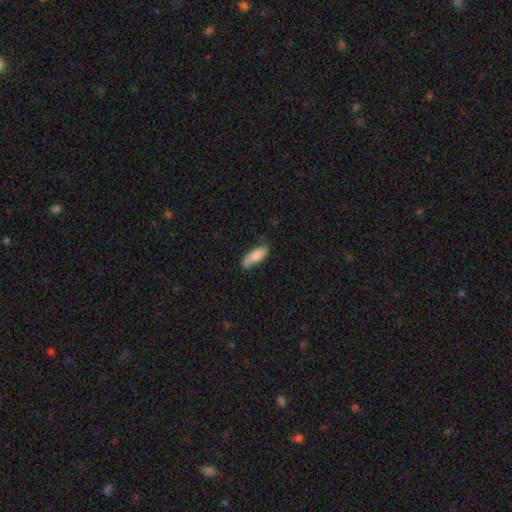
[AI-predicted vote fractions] Overall: smooth (82%). How rounded: in between (62%; cigar-shaped 36%). Merging: none (73%).